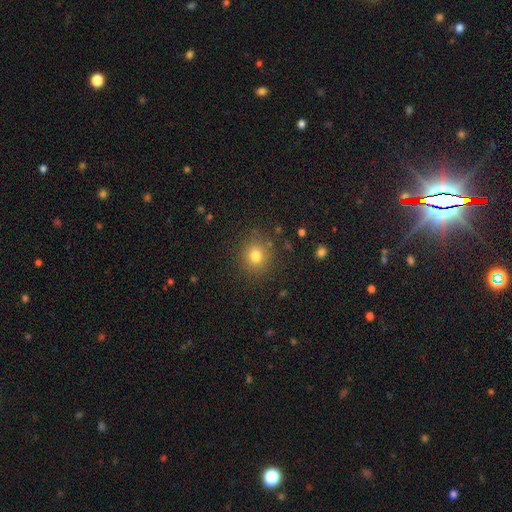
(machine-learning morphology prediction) type=smooth (77%); roundness=round (78%); merging=none (85%).